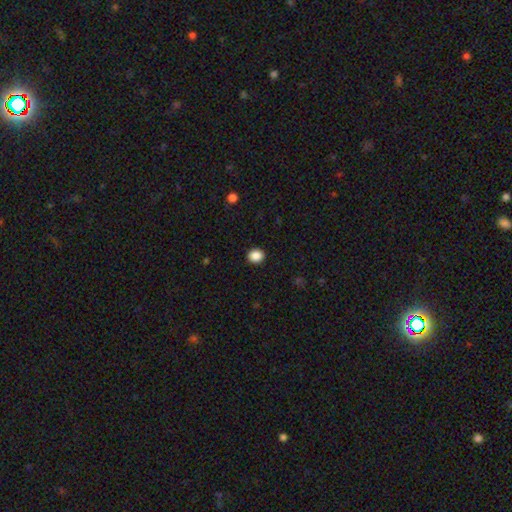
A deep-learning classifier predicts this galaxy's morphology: smooth-or-featured: smooth: 88% | star or artifact: 10% | featured or disk: 3%
  how-rounded: round: 76% | in between: 23% | cigar-shaped: 1%
  merging: none: 92% | minor disturbance: 5% | major disturbance: 2% | merger: 1%